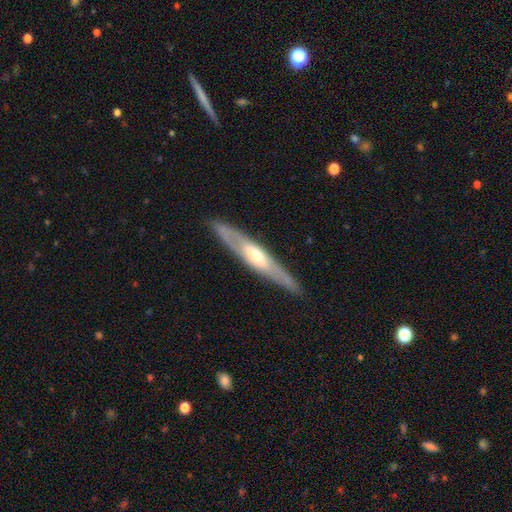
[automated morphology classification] Overall: featured or disk (68%). Edge-on disk: yes (72%). Merging: none (86%).